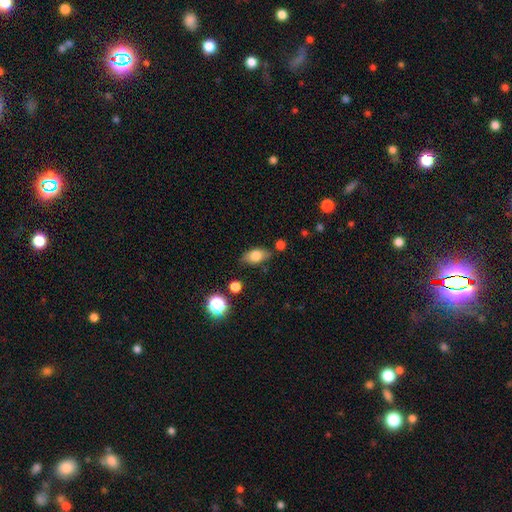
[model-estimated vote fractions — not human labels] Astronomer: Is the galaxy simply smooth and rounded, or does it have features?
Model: smooth — 76%.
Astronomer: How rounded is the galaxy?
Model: in between — 85%.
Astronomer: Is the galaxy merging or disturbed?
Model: none — 75%.